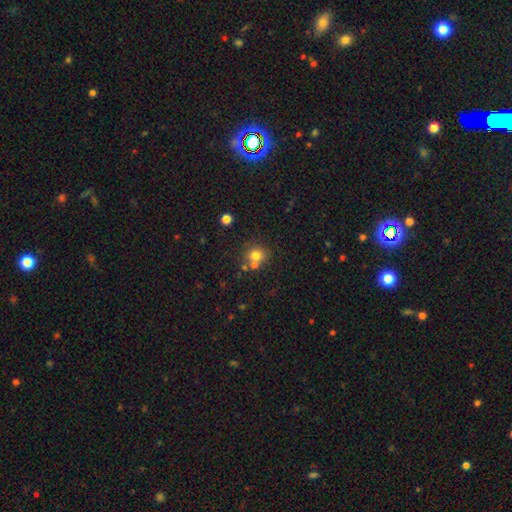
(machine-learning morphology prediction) A smooth galaxy with no disk features (74%) that is round (84%).

Vote fractions:
- Smooth or featured? smooth: 74% / star or artifact: 14% / featured or disk: 11%
- How rounded? round: 84% / in between: 15% / cigar-shaped: 1%
- Merging? none: 59% / merger: 27% / minor disturbance: 10% / major disturbance: 4%